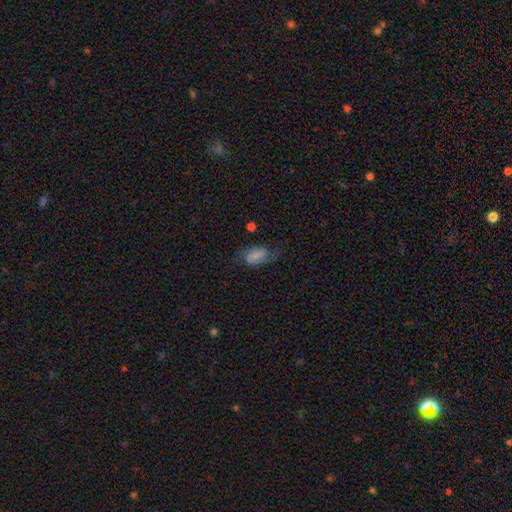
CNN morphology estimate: Smooth or featured? Predicted: smooth (p=0.54). How rounded? Predicted: in between (p=0.89). Merging? Predicted: none (p=0.52).